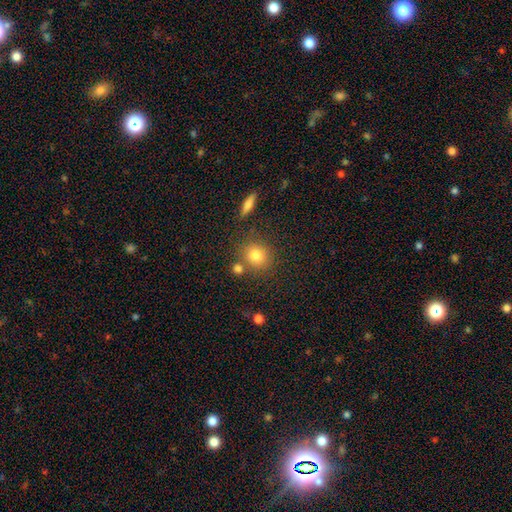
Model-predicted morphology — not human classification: smooth 80%, star or artifact 11%, featured or disk 9%. Down the decision tree: how rounded — round (84%); merging — none (74%).